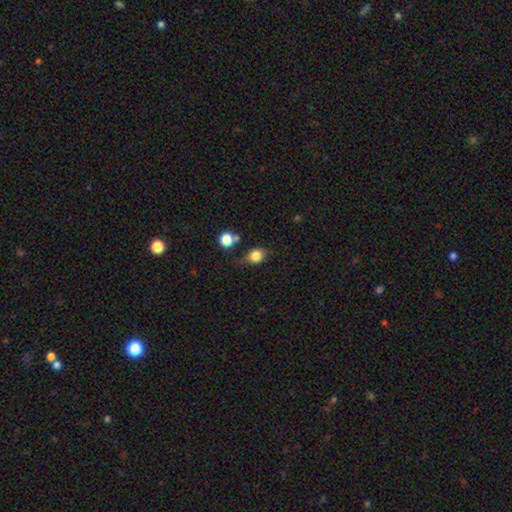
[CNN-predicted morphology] smooth-or-featured: smooth: 81% | star or artifact: 11% | featured or disk: 8%
  how-rounded: round: 58% | in between: 41% | cigar-shaped: 1%
  merging: none: 63% | minor disturbance: 21% | merger: 9% | major disturbance: 7%